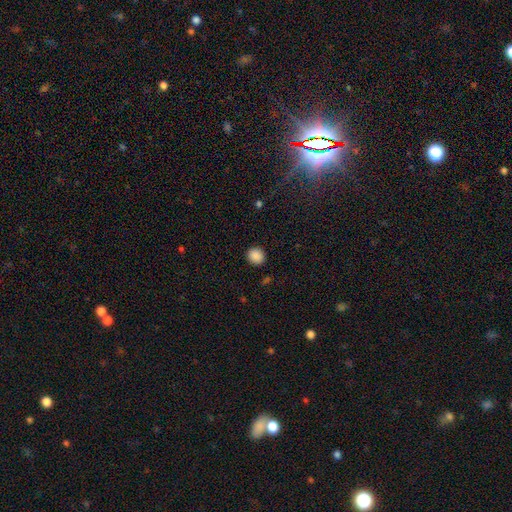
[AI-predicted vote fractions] Smooth or featured: smooth — 88% (star or artifact — 9%)
How rounded: round — 83% (in between — 16%)
Merging: none — 91% (minor disturbance — 6%)